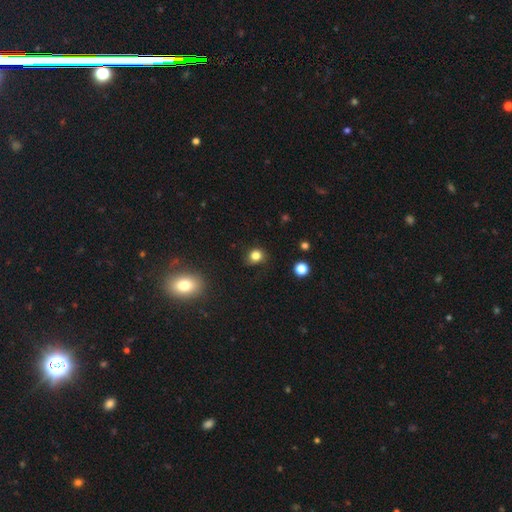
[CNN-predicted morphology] This appears to be a smooth galaxy with no disk features (81%) that is round (78%). Merging: none (78%).